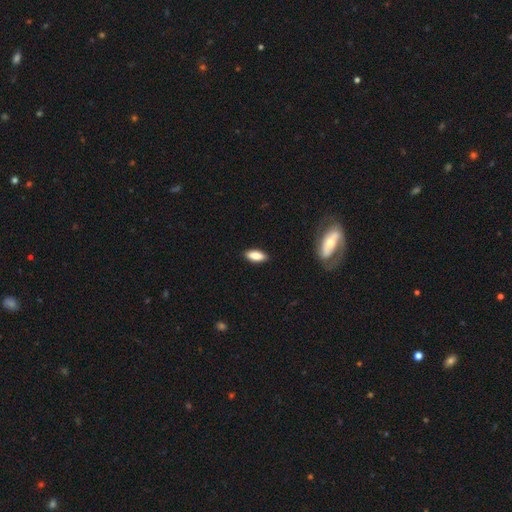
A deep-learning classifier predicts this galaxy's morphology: smooth_or_featured: smooth (p=0.84) [alt: featured or disk p=0.10]
how_rounded: in between (p=0.79) [alt: cigar-shaped p=0.19]
merging: none (p=0.88) [alt: minor disturbance p=0.09]